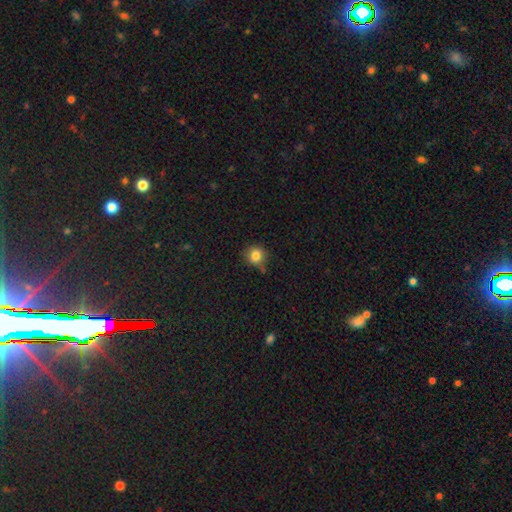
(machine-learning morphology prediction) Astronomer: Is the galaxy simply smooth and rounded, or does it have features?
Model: smooth — 83%.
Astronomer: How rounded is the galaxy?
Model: round — 89%.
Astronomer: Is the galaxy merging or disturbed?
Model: none — 73%.